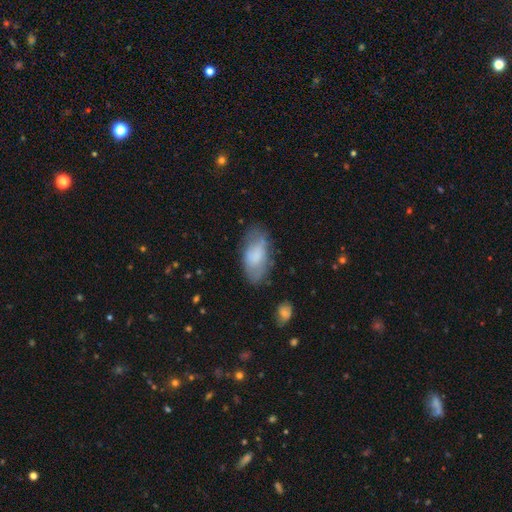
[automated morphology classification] This appears to be a smooth galaxy with no disk features (68%) that is in between round and cigar-shaped (93%). Merging: none (64%).